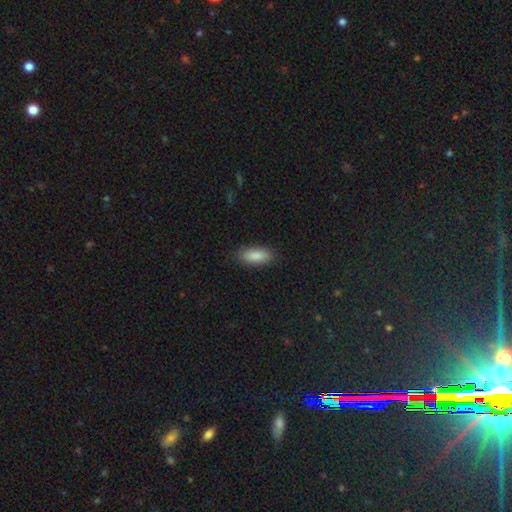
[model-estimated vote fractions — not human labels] smooth-or-featured: smooth: 88% | featured or disk: 6% | star or artifact: 6%
  how-rounded: in between: 81% | cigar-shaped: 17% | round: 2%
  merging: none: 87% | minor disturbance: 10% | major disturbance: 2% | merger: 1%